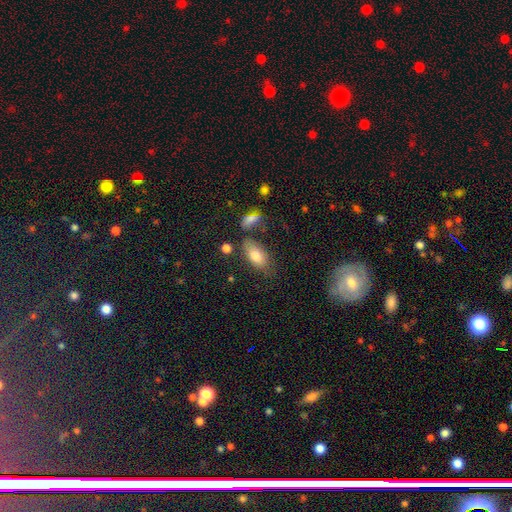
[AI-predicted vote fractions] This appears to be a smooth galaxy with no disk features (81%) that is in between round and cigar-shaped (90%). Merging: none (63%).